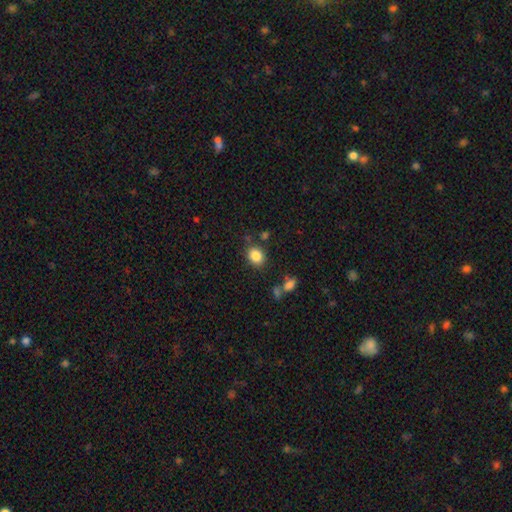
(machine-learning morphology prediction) A smooth galaxy with no disk features (85%) that is round (51%). Merging: none (79%).